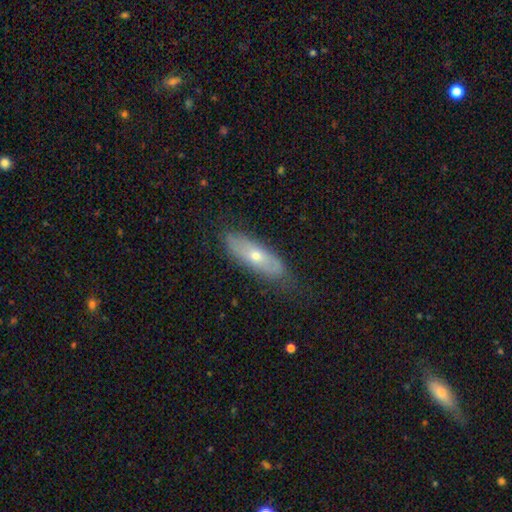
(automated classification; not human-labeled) smooth 51%, featured or disk 42%, star or artifact 7%. Down the decision tree: how rounded — in between (52%); merging — none (76%).